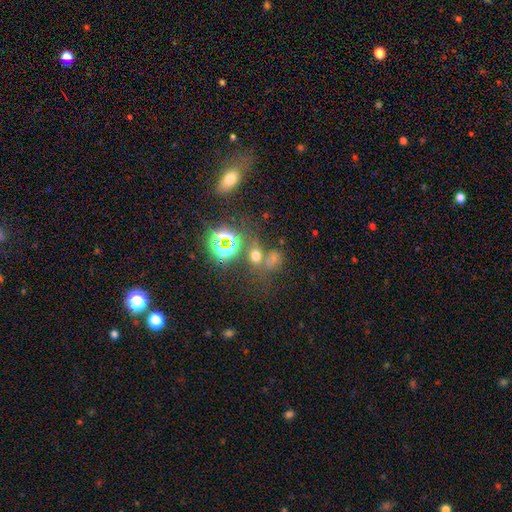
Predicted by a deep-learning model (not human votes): Q: Smooth or featured?
A: smooth (49%); runner-up: star or artifact (41%)
Q: Merging?
A: none (54%); runner-up: merger (26%)